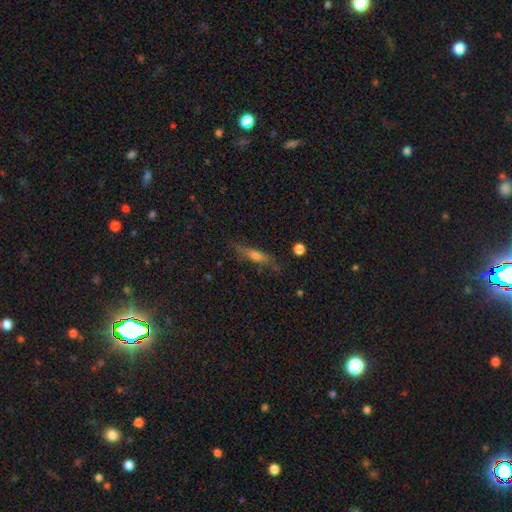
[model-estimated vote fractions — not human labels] This appears to be a smooth galaxy with no disk features (48%). Merging: none (73%).